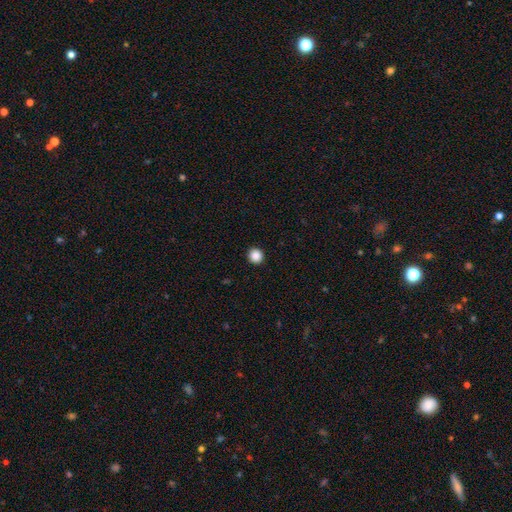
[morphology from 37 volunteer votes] A smooth galaxy with no disk features (89%) that is round (94%).

Vote fractions:
- Smooth or featured? smooth: 89% / featured or disk: 5% / star or artifact: 5%
- How rounded? round: 94% / in between: 6% / cigar-shaped: 0%
- Merging? none: 94% / major disturbance: 6% / minor disturbance: 0% / merger: 0%